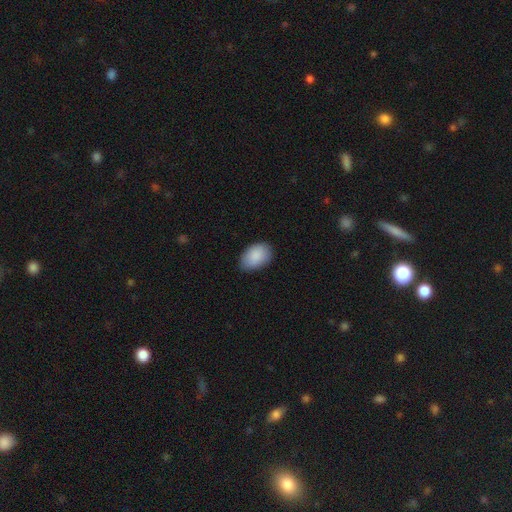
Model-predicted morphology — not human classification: Q: Smooth or featured?
A: smooth (89%); runner-up: star or artifact (6%)
Q: How rounded?
A: in between (88%); runner-up: round (10%)
Q: Merging?
A: none (80%); runner-up: minor disturbance (16%)